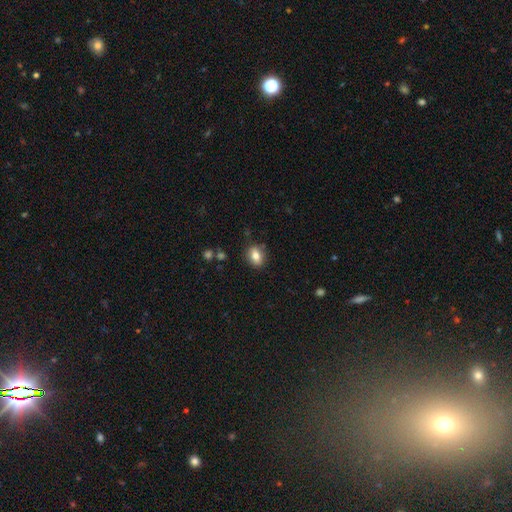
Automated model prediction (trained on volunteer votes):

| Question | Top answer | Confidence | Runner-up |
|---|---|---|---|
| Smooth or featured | smooth | 80% | featured or disk (11%) |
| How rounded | in between | 65% | round (33%) |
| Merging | none | 84% | minor disturbance (11%) |